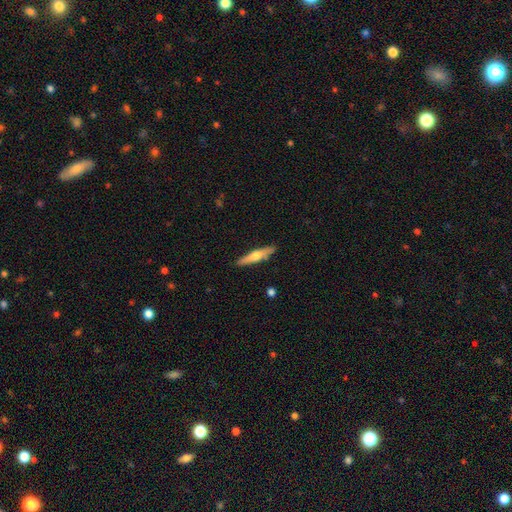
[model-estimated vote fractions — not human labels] smooth-or-featured: featured or disk: 53% | smooth: 42% | star or artifact: 6%
  disk-edge-on: yes: 94% | no: 6%
  merging: none: 88% | minor disturbance: 9% | major disturbance: 2% | merger: 2%